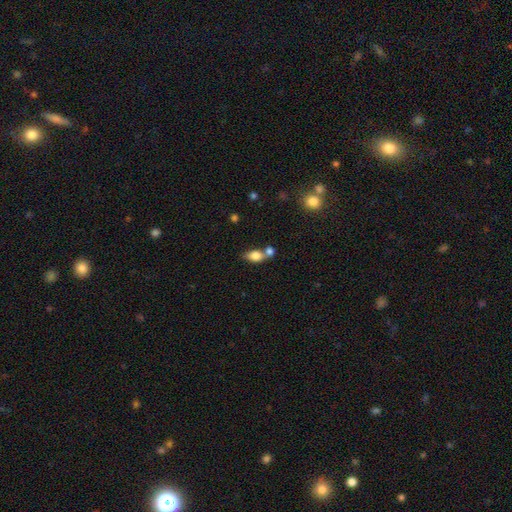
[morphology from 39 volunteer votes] This appears to be a smooth galaxy with no disk features (82%) that is in between round and cigar-shaped (81%). Merging: none (47%).